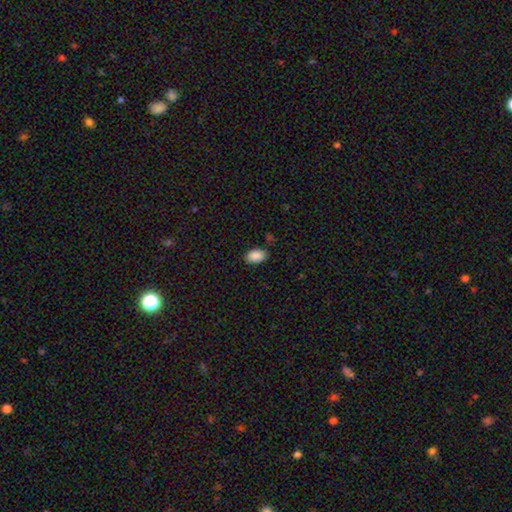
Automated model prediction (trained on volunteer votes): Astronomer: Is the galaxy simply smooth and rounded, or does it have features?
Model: smooth — 90%.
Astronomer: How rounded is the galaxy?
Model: in between — 91%.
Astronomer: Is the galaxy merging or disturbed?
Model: none — 83%.